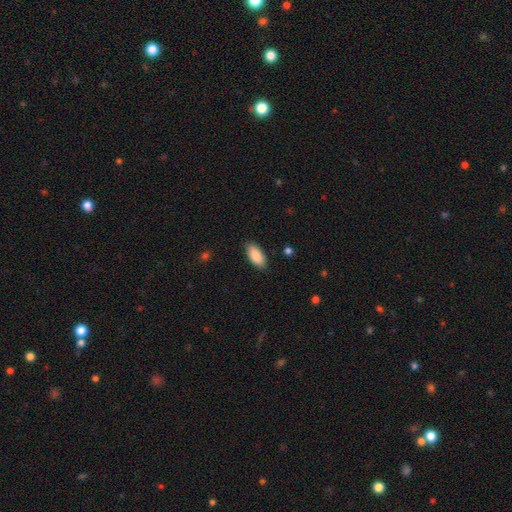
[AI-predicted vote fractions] Smooth or featured? smooth (90%)
How rounded? in between (91%)
Merging? none (87%)